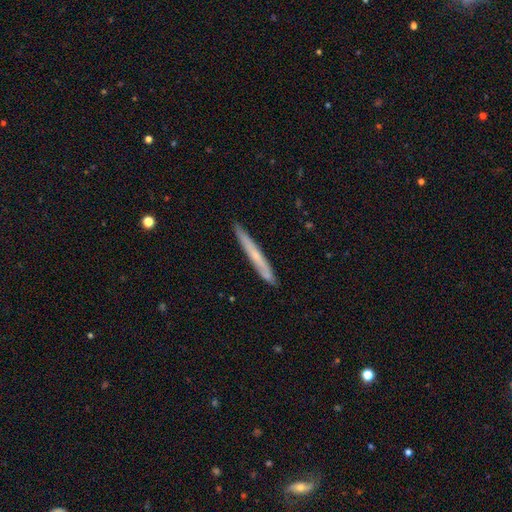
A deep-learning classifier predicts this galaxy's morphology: Q: Smooth or featured?
A: smooth (48%); runner-up: featured or disk (46%)
Q: Merging?
A: none (90%); runner-up: minor disturbance (8%)